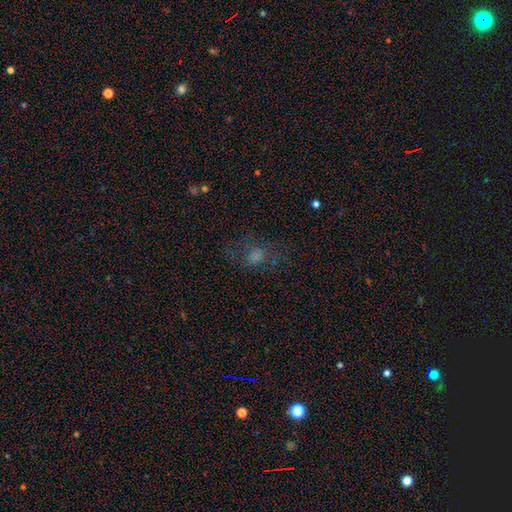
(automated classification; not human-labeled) Smooth or featured?
  - smooth: 40% *
  - star or artifact: 31%
  - featured or disk: 30%
Merging?
  - none: 60% *
  - major disturbance: 20%
  - minor disturbance: 18%
  - merger: 2%